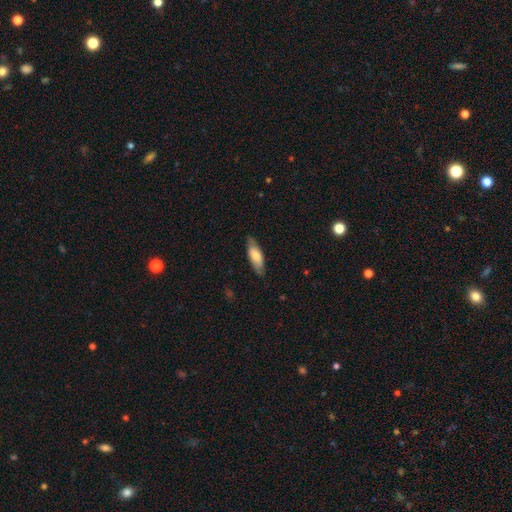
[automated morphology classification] Smooth or featured? smooth (71%)
How rounded? in between (64%)
Merging? none (79%)